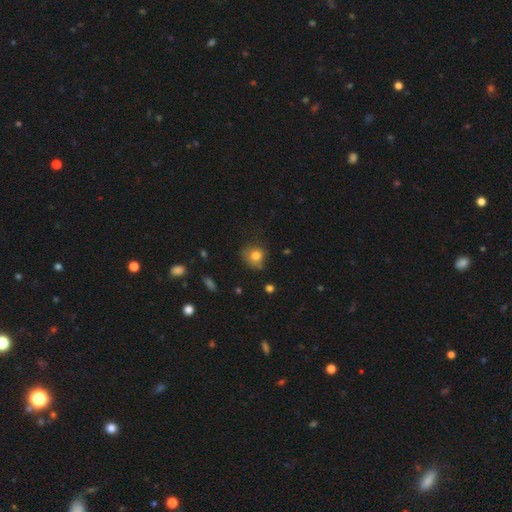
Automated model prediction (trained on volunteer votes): smooth_or_featured: smooth (p=0.79) [alt: star or artifact p=0.11]
how_rounded: round (p=0.81) [alt: in between p=0.18]
merging: none (p=0.65) [alt: minor disturbance p=0.25]